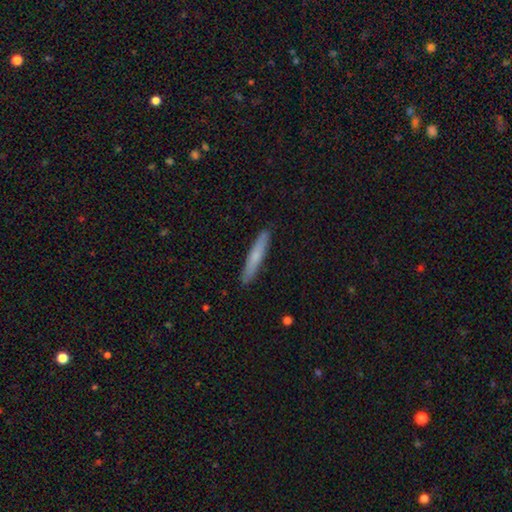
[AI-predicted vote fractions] Smooth or featured? Predicted: smooth (p=0.67). How rounded? Predicted: cigar-shaped (p=0.94). Merging? Predicted: none (p=0.91).